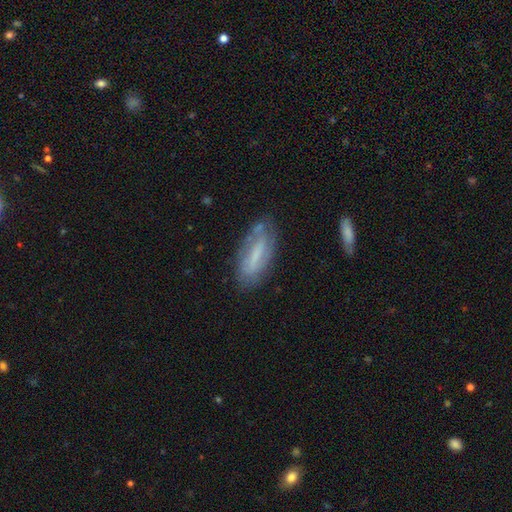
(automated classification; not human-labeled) featured or disk 47%, smooth 45%, star or artifact 8%. Down the decision tree: merging — none (66%).